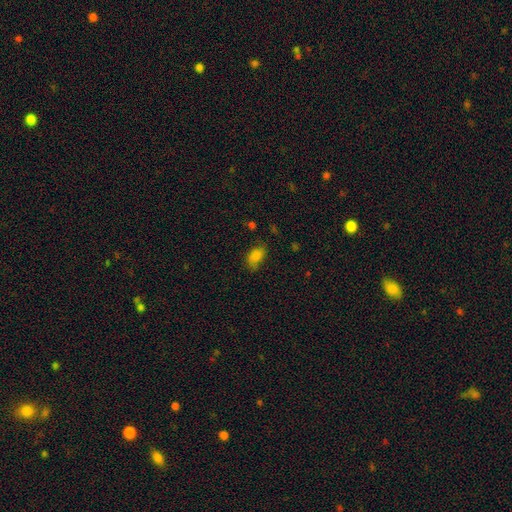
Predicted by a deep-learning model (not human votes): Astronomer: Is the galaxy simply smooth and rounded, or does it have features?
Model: smooth — 80%.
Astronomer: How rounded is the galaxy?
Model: in between — 88%.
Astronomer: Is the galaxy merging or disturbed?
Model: none — 64%.